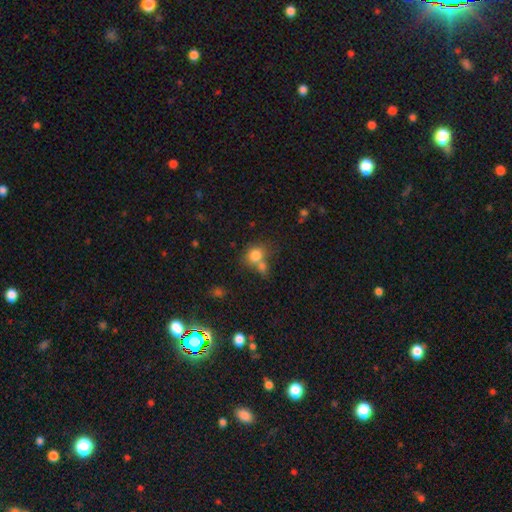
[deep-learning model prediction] This appears to be a smooth galaxy with no disk features (79%) that is round (68%). Merging: none (43%).